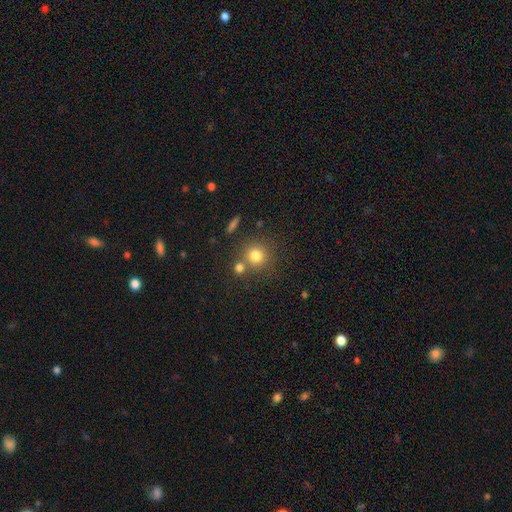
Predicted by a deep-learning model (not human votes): This is likely a smooth galaxy (78%). How rounded: clearly round (90%). Merging: likely none (70%).